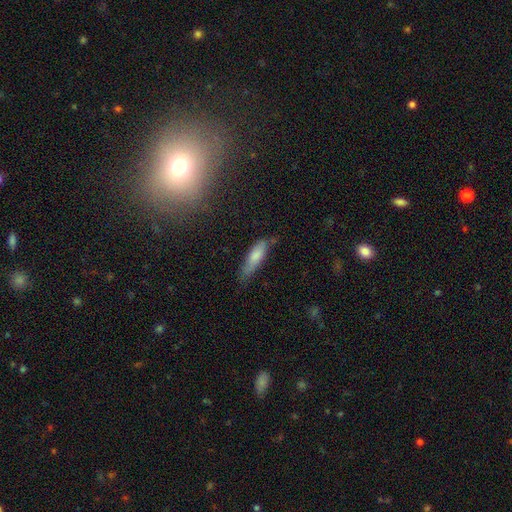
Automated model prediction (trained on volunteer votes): Smooth or featured: smooth — 76% (featured or disk — 18%)
How rounded: cigar-shaped — 59% (in between — 39%)
Merging: none — 59% (minor disturbance — 30%)